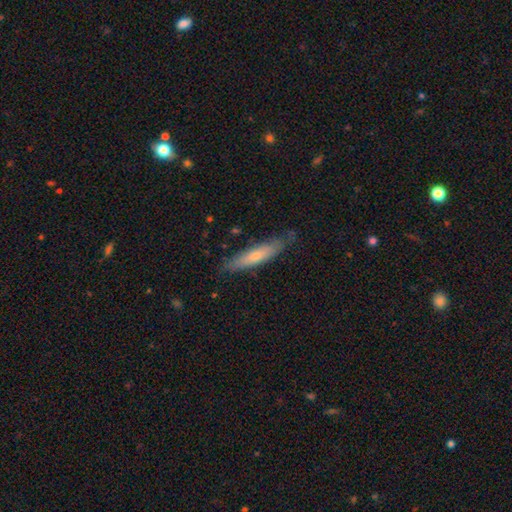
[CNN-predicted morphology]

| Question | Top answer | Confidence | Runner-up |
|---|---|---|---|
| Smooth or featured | smooth | 56% | featured or disk (38%) |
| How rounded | cigar-shaped | 84% | in between (15%) |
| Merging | none | 78% | minor disturbance (18%) |